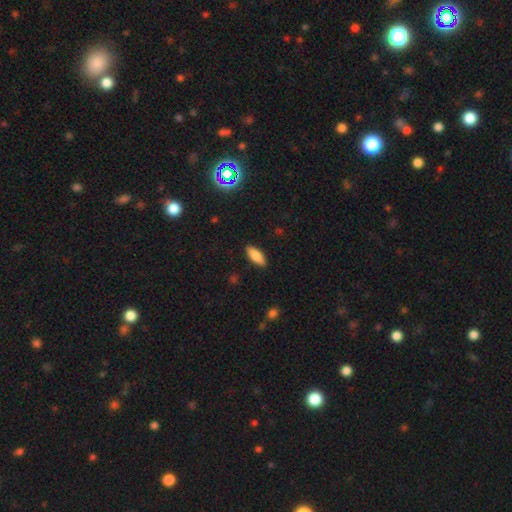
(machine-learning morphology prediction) Smooth or featured? smooth (81%)
How rounded? in between (71%)
Merging? none (89%)